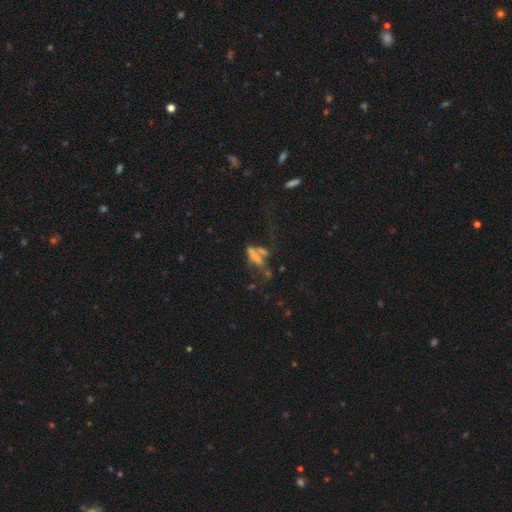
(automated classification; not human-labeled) smooth_or_featured: smooth (p=0.48) [alt: featured or disk p=0.33]
merging: merger (p=0.38) [alt: none p=0.25]